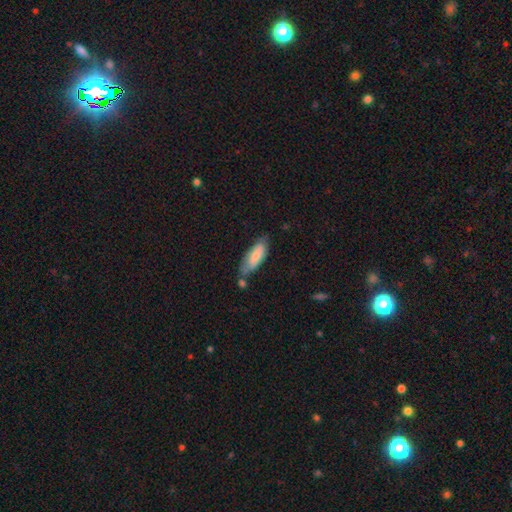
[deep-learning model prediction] Overall: smooth (73%). How rounded: in between (67%; cigar-shaped 31%). Merging: none (54%; minor disturbance 26%).